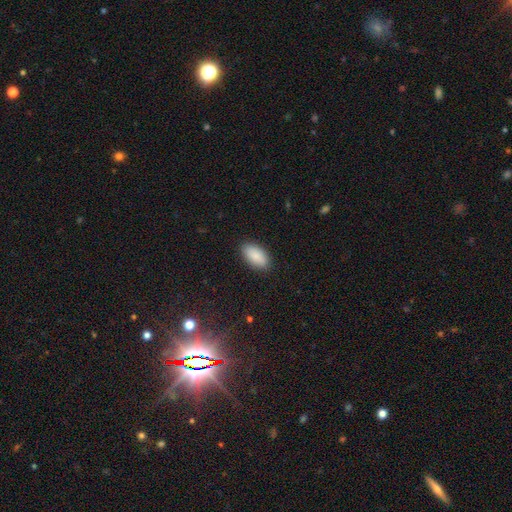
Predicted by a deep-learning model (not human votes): Smooth or featured?
  - smooth: 88% *
  - star or artifact: 6%
  - featured or disk: 6%
How rounded?
  - in between: 94% *
  - cigar-shaped: 3%
  - round: 3%
Merging?
  - none: 89% *
  - minor disturbance: 8%
  - major disturbance: 2%
  - merger: 1%